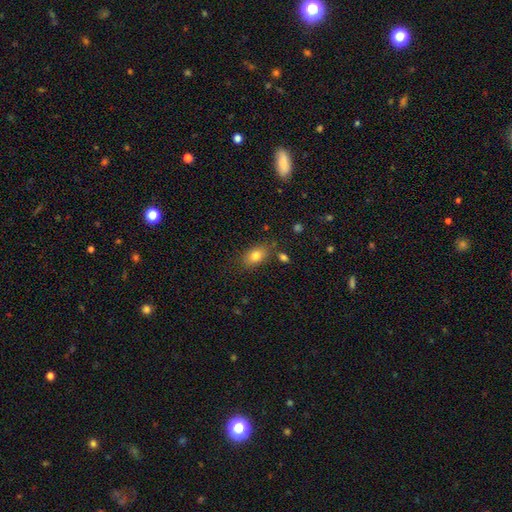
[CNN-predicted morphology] The model was most divided on "merging": none: 76%, minor disturbance: 14%, merger: 5%, major disturbance: 4%. More confident: how rounded — in between (83%); smooth or featured — smooth (81%).